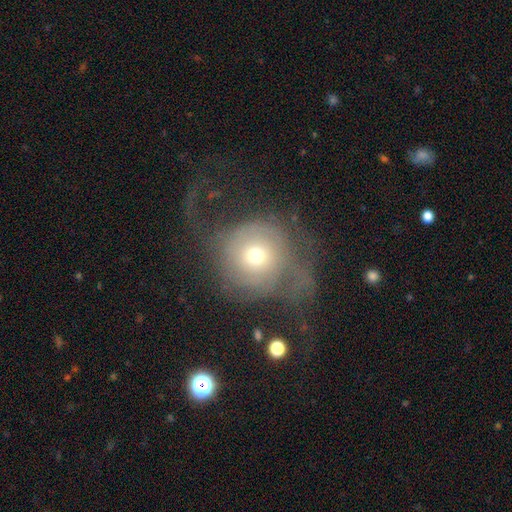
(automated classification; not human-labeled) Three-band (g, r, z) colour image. It shows a smooth galaxy with no disk features (46%). Merging: major disturbance (53%).